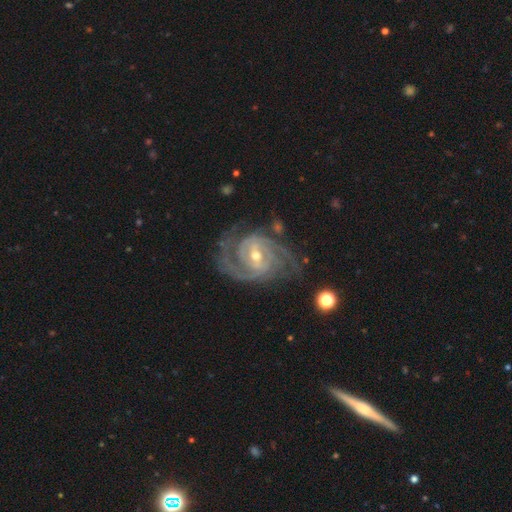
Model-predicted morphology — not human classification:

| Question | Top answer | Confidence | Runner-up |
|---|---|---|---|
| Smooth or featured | featured or disk | 93% | star or artifact (4%) |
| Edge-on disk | no | 97% | yes (3%) |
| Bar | weak | 48% | strong (32%) |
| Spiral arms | yes | 98% | no (2%) |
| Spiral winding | tight | 61% | medium (34%) |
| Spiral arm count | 2 | 46% | 3 (26%) |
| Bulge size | small | 49% | moderate (48%) |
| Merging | none | 71% | minor disturbance (18%) |